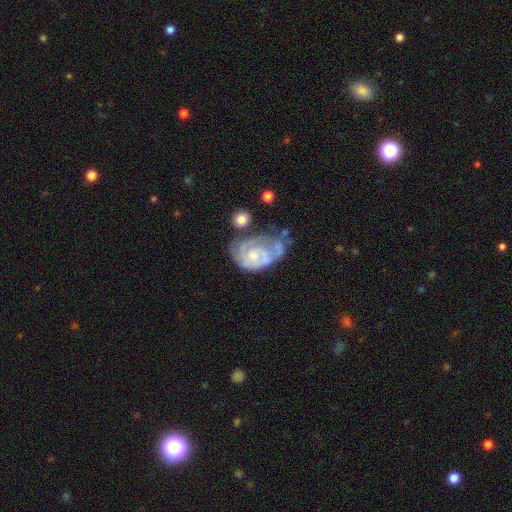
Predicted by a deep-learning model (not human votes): A featured or disk galaxy (76%) with no bar (72%), 2 (39%) tight (59%) spiral arms (86%) and a small central bulge (46%). Merging: none (31%).